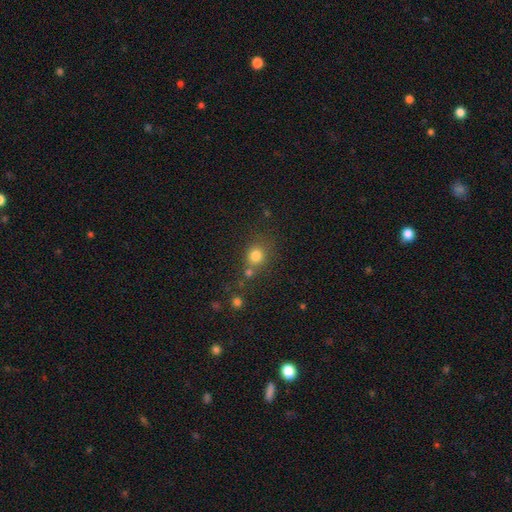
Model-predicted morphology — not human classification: This appears to be a smooth galaxy with no disk features (79%) that is round (79%). Merging: none (60%).